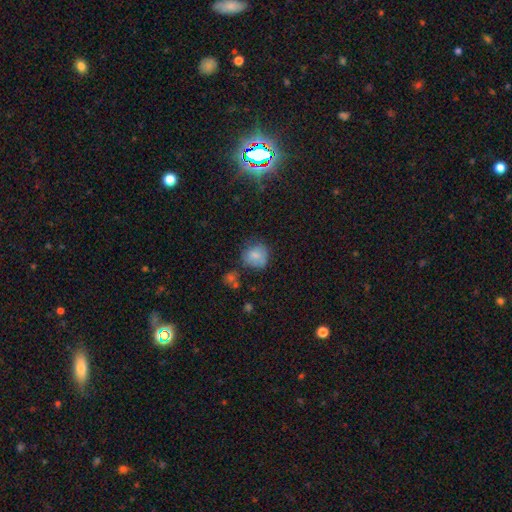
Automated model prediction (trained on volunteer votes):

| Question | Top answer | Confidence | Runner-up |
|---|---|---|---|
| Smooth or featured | smooth | 76% | featured or disk (13%) |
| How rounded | round | 77% | in between (22%) |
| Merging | none | 58% | minor disturbance (26%) |